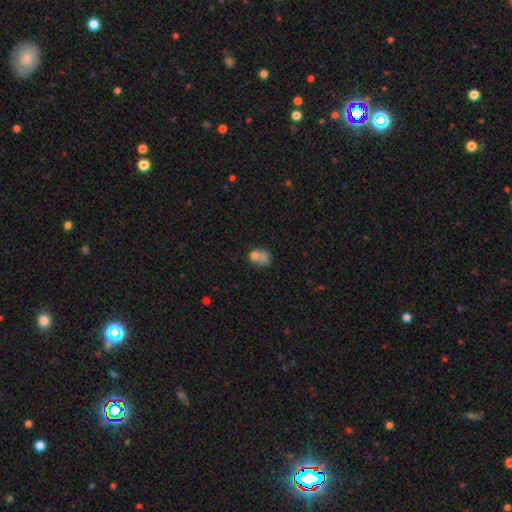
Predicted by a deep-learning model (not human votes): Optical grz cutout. It shows a smooth galaxy with no disk features (70%) that is round (59%). Merging: merger (45%).